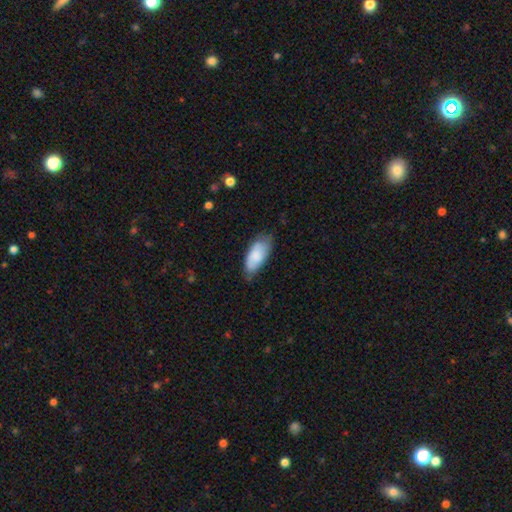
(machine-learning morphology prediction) Smooth or featured?
  - smooth: 81% *
  - featured or disk: 13%
  - star or artifact: 6%
How rounded?
  - in between: 88% *
  - cigar-shaped: 10%
  - round: 2%
Merging?
  - none: 64% *
  - minor disturbance: 29%
  - major disturbance: 6%
  - merger: 2%